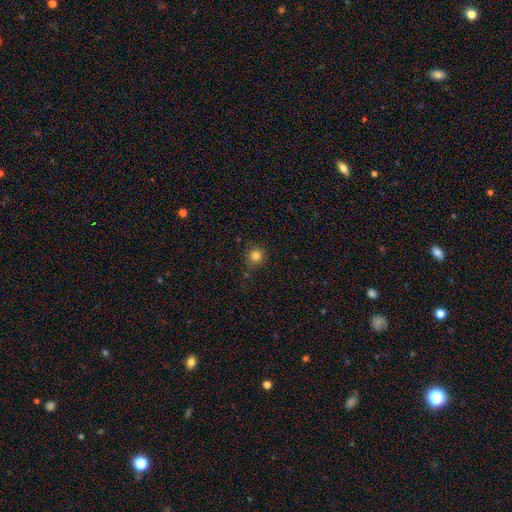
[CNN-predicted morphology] A smooth galaxy with no disk features (81%) that is round (91%). Merging: none (80%).